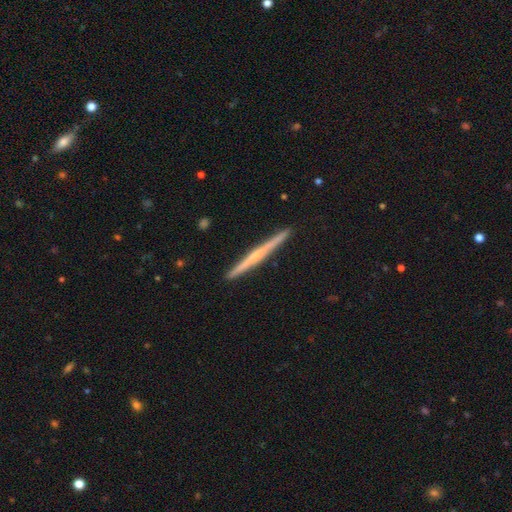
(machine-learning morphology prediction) Smooth or featured: featured or disk — 64% (smooth — 31%)
Edge-on disk: yes — 98% (no — 2%)
Edge-on bulge: none — 58% (rounded — 35%)
Merging: none — 93% (minor disturbance — 5%)